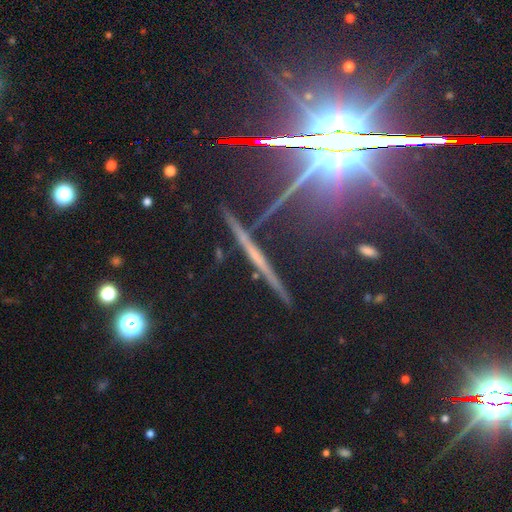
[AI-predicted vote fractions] Smooth or featured? Predicted: featured or disk (p=0.51). Edge-on disk? Predicted: yes (p=0.95). Merging? Predicted: none (p=0.86).